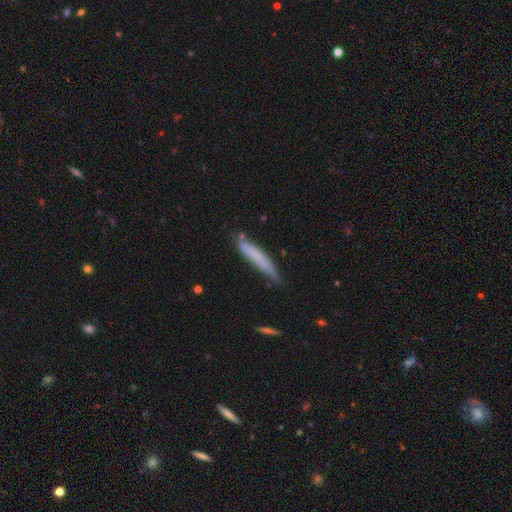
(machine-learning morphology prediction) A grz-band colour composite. It shows a smooth galaxy with no disk features (68%) that is cigar-shaped (92%). Merging: none (59%).